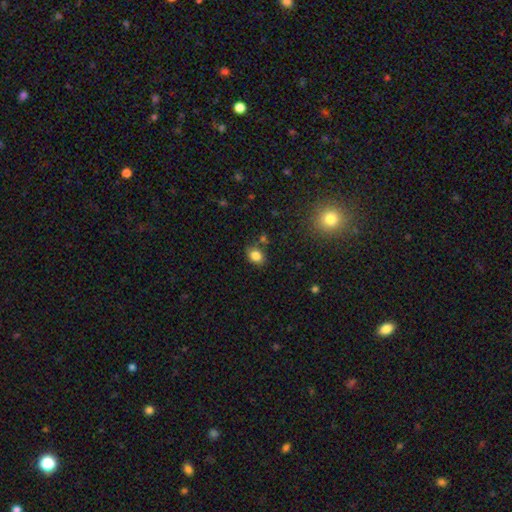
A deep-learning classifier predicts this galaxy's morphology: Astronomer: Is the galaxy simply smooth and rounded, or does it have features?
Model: smooth — 84%.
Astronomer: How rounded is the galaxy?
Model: in between — 64%.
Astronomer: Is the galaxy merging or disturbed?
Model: none — 77%.